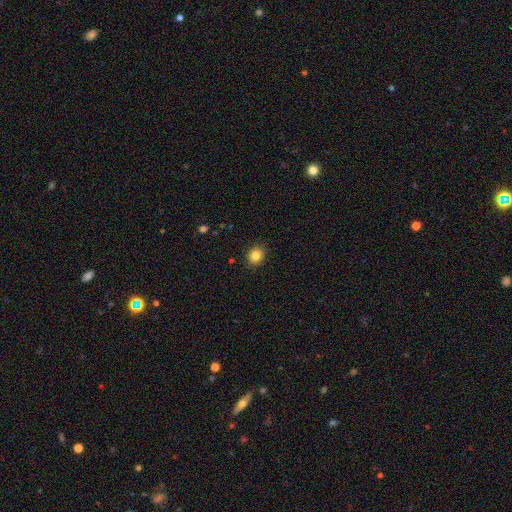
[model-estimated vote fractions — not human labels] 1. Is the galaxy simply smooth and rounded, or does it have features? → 84% smooth, 10% star or artifact, 6% featured or disk.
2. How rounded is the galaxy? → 63% round, 36% in between, 1% cigar-shaped.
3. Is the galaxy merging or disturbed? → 91% none, 7% minor disturbance, 2% major disturbance, 1% merger.